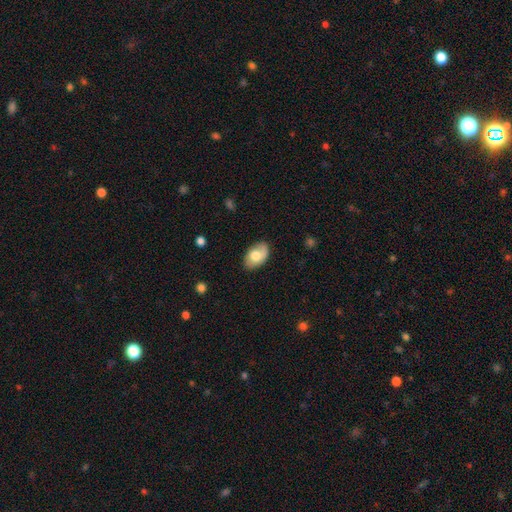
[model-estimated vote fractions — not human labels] Smooth or featured? Predicted: smooth (p=0.70). How rounded? Predicted: in between (p=0.91). Merging? Predicted: none (p=0.77).